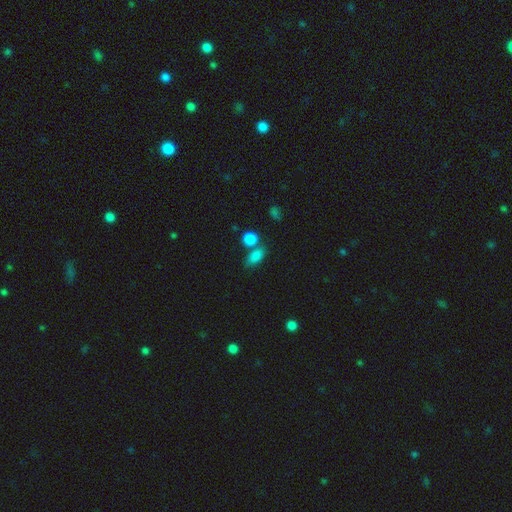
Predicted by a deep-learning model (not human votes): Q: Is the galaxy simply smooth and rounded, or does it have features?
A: smooth — 83%.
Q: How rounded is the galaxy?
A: in between — 77%.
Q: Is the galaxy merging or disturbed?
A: none — 54%.